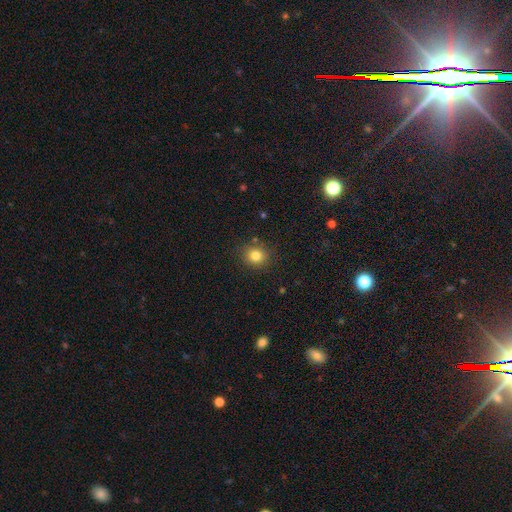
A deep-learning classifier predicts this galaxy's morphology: smooth 81%, star or artifact 13%, featured or disk 7%. Down the decision tree: how rounded — round (83%); merging — none (86%).